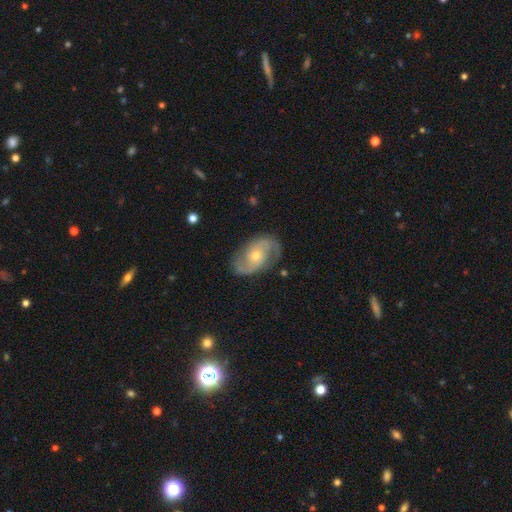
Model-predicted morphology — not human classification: Smooth or featured? featured or disk (86%)
Edge-on disk? no (97%)
Bar? no (68%)
Spiral arms? yes (95%)
Spiral winding? medium (51%)
Spiral arm count? 2 (90%)
Bulge size? moderate (54%)
Merging? none (80%)